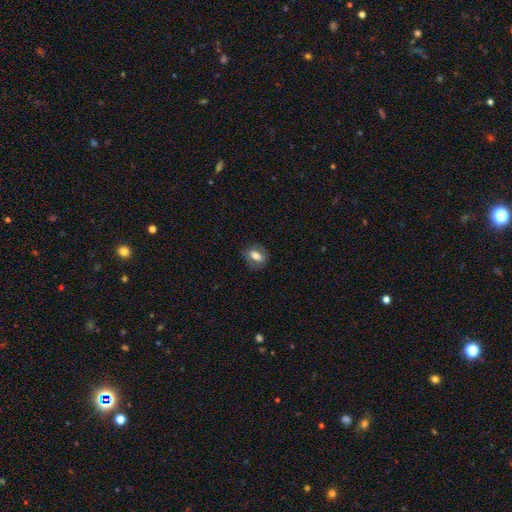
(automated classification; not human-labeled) A smooth galaxy with no disk features (66%) that is in between round and cigar-shaped (78%).

Vote fractions:
- Smooth or featured? smooth: 66% / featured or disk: 26% / star or artifact: 8%
- How rounded? in between: 78% / round: 19% / cigar-shaped: 3%
- Merging? none: 76% / minor disturbance: 16% / major disturbance: 6% / merger: 1%